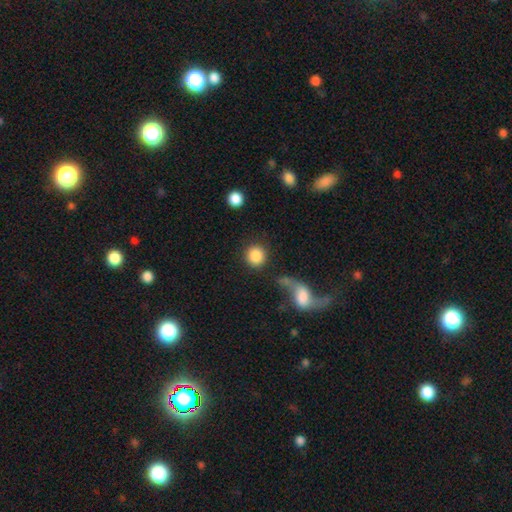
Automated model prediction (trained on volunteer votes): Smooth or featured?
  - smooth: 87% *
  - star or artifact: 7%
  - featured or disk: 6%
How rounded?
  - round: 91% *
  - in between: 8%
  - cigar-shaped: 1%
Merging?
  - none: 75% *
  - merger: 11%
  - minor disturbance: 8%
  - major disturbance: 6%